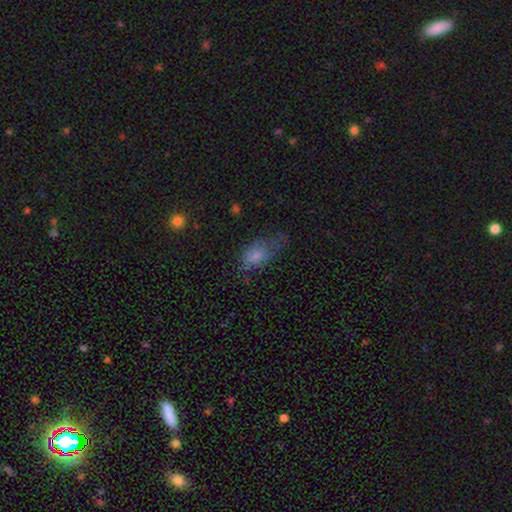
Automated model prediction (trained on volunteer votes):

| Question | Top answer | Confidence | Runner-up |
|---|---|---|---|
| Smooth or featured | smooth | 70% | featured or disk (20%) |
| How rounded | in between | 89% | round (7%) |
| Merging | none | 34% | minor disturbance (32%) |